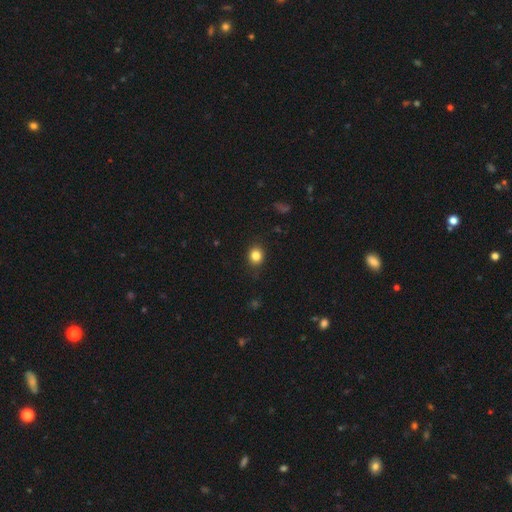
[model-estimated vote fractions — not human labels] Smooth or featured? Predicted: smooth (p=0.83). How rounded? Predicted: round (p=0.72). Merging? Predicted: none (p=0.86).